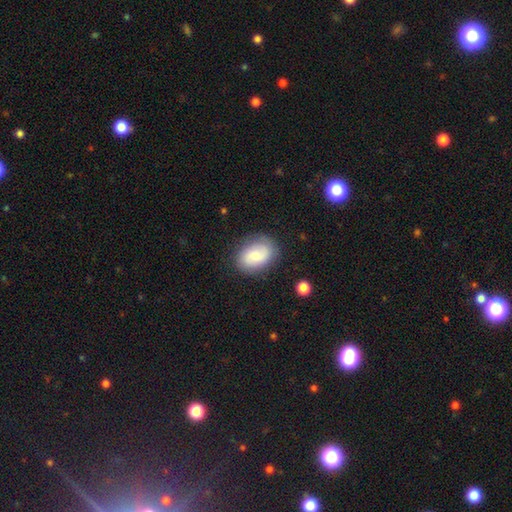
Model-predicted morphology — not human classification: This appears to be a smooth galaxy with no disk features (61%) that is in between round and cigar-shaped (76%). Merging: none (79%).